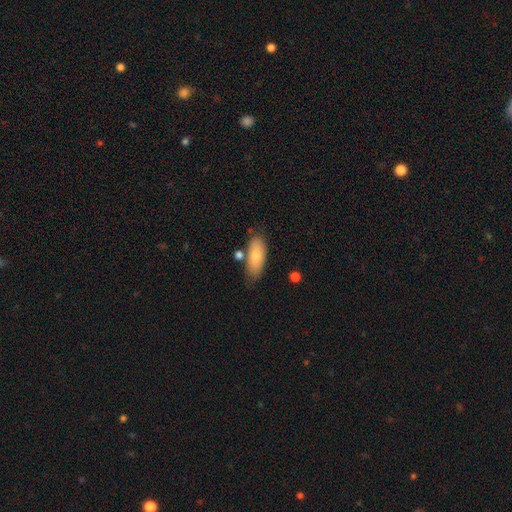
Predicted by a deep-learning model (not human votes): A smooth galaxy with no disk features (77%) that is in between round and cigar-shaped (83%). Merging: none (71%).